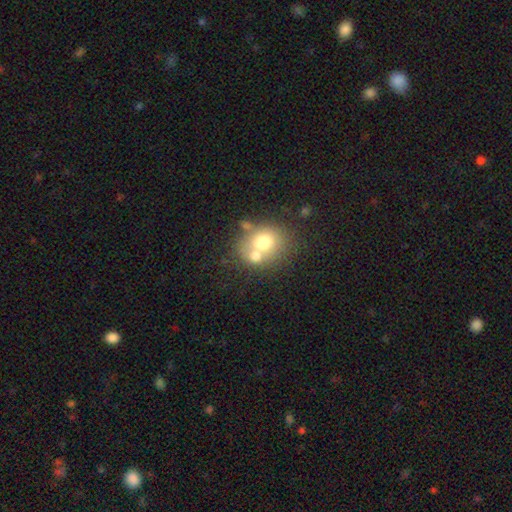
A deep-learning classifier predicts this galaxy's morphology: smooth 67%, featured or disk 22%, star or artifact 11%. Down the decision tree: how rounded — round (61%); merging — merger (48%).